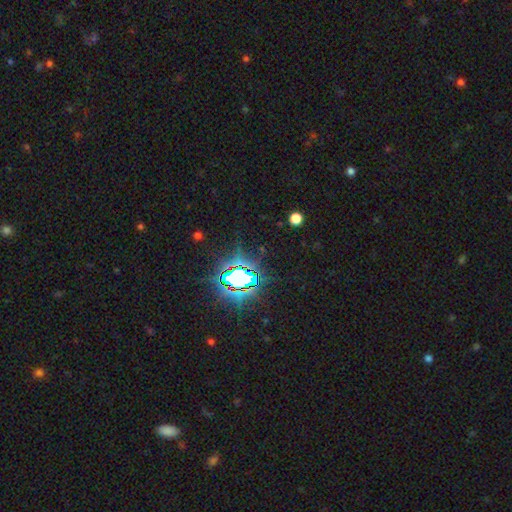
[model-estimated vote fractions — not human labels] This appears to be a star or artifact, not a galaxy (81%).